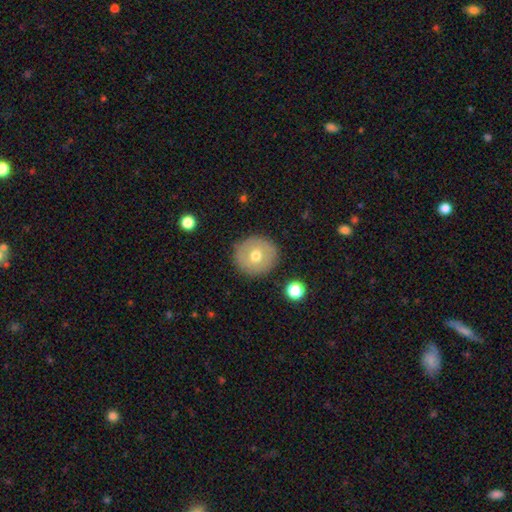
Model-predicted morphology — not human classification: A smooth galaxy with no disk features (63%) that is round (92%). Merging: none (89%).